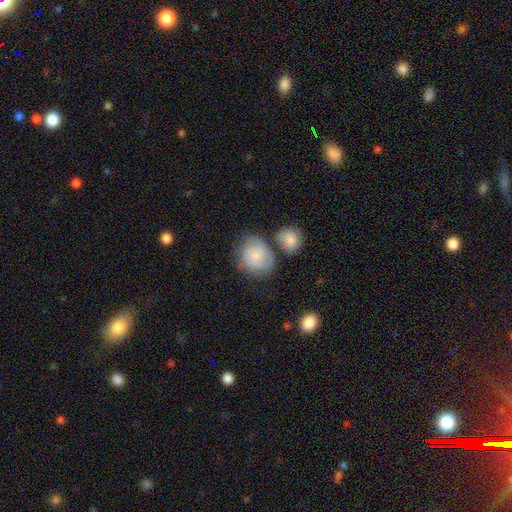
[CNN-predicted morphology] smooth 63%, featured or disk 30%, star or artifact 7%. Down the decision tree: how rounded — round (64%); merging — none (49%).